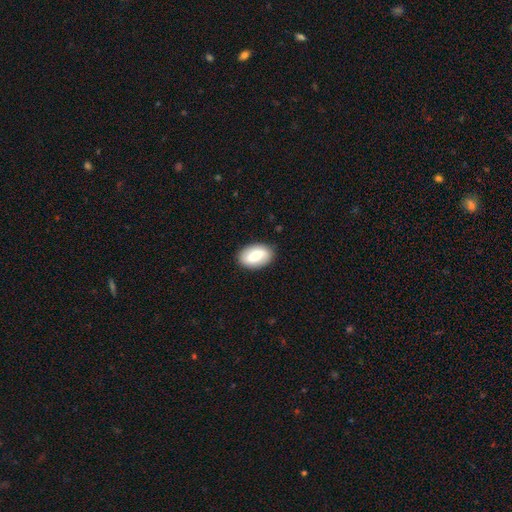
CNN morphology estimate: The model was most divided on "smooth or featured": smooth: 64%, featured or disk: 30%, star or artifact: 6%. More confident: how rounded — in between (90%); merging — none (88%).